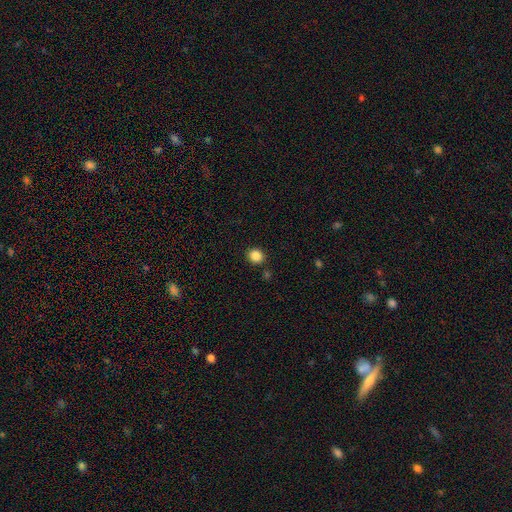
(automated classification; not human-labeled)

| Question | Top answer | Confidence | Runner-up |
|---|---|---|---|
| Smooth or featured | smooth | 86% | star or artifact (10%) |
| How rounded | round | 75% | in between (24%) |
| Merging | none | 86% | minor disturbance (8%) |